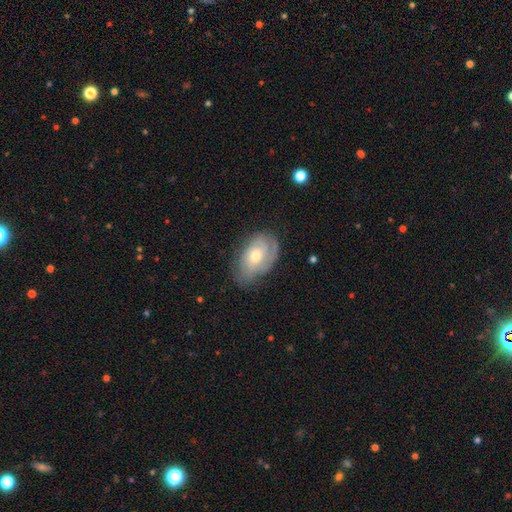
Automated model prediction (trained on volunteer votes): featured or disk 60%, smooth 33%, star or artifact 7%. Down the decision tree: edge-on disk — no (94%); bar — no (76%); spiral arms — yes (80%); bulge size — moderate (65%); merging — none (67%).